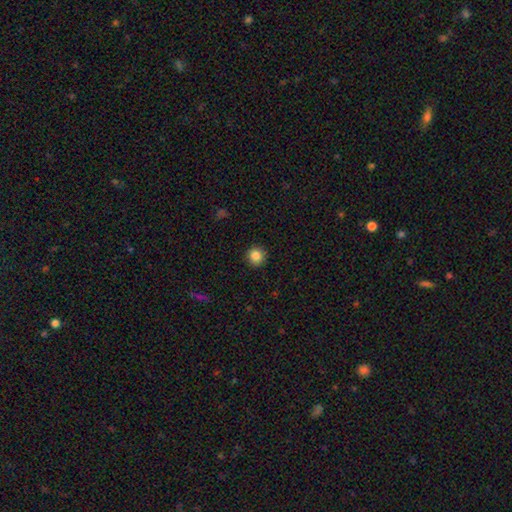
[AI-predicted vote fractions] Q: Smooth or featured?
A: smooth (85%); runner-up: star or artifact (10%)
Q: How rounded?
A: round (94%); runner-up: in between (5%)
Q: Merging?
A: none (92%); runner-up: minor disturbance (6%)